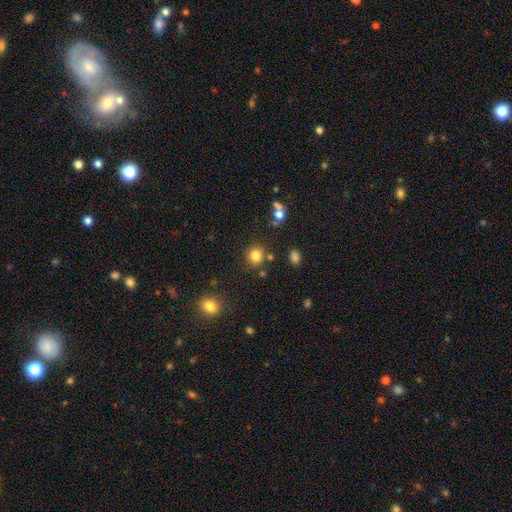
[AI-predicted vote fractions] Smooth or featured? Predicted: smooth (p=0.81). How rounded? Predicted: round (p=0.89). Merging? Predicted: none (p=0.82).